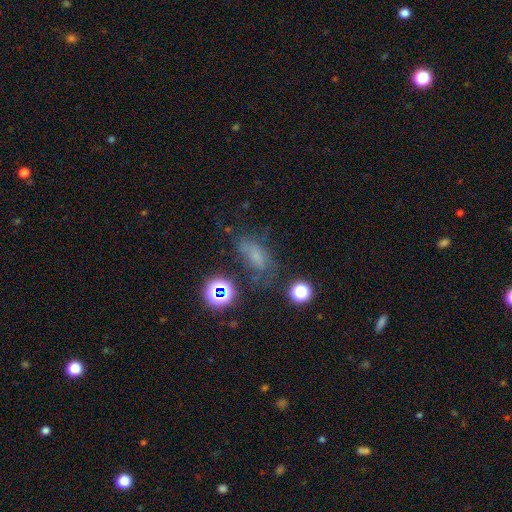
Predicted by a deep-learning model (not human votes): smooth_or_featured: smooth (p=0.51) [alt: star or artifact p=0.27]
how_rounded: in between (p=0.77) [alt: round p=0.14]
merging: none (p=0.47) [alt: minor disturbance p=0.26]